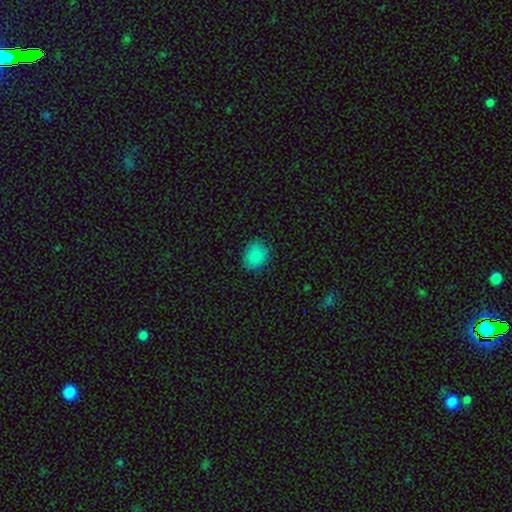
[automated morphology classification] This is clearly a smooth galaxy (86%). How rounded: likely round (61%). Merging: clearly none (83%).